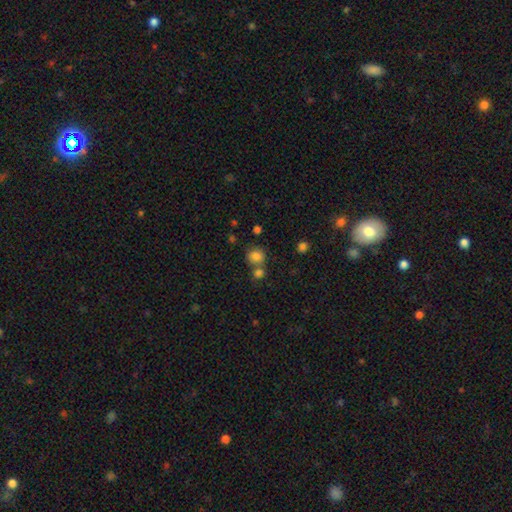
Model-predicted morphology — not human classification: Smooth or featured?
  - smooth: 81% *
  - star or artifact: 12%
  - featured or disk: 6%
How rounded?
  - round: 84% *
  - in between: 16%
  - cigar-shaped: 1%
Merging?
  - none: 61% *
  - merger: 27%
  - minor disturbance: 9%
  - major disturbance: 3%